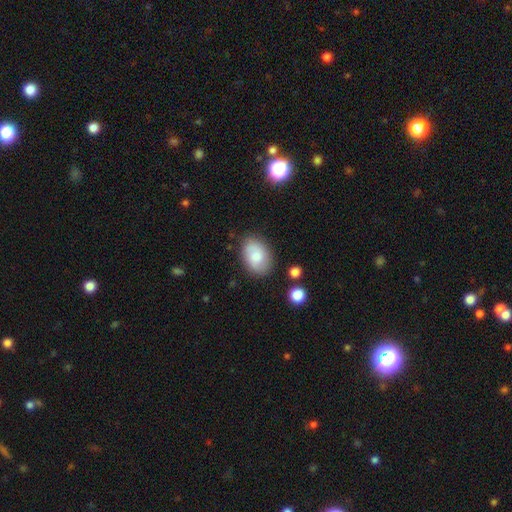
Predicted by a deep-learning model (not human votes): A smooth galaxy with no disk features (75%) that is in between round and cigar-shaped (83%).

Vote fractions:
- Smooth or featured? smooth: 75% / featured or disk: 18% / star or artifact: 7%
- How rounded? in between: 83% / round: 16% / cigar-shaped: 1%
- Merging? none: 79% / minor disturbance: 15% / major disturbance: 4% / merger: 3%